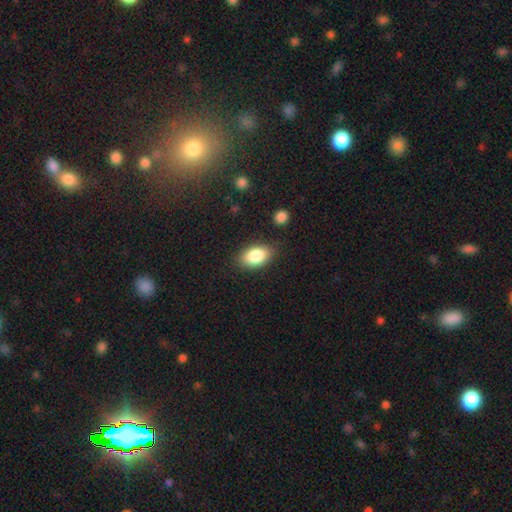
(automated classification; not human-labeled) This appears to be a smooth galaxy with no disk features (85%) that is in between round and cigar-shaped (91%). Merging: none (83%).